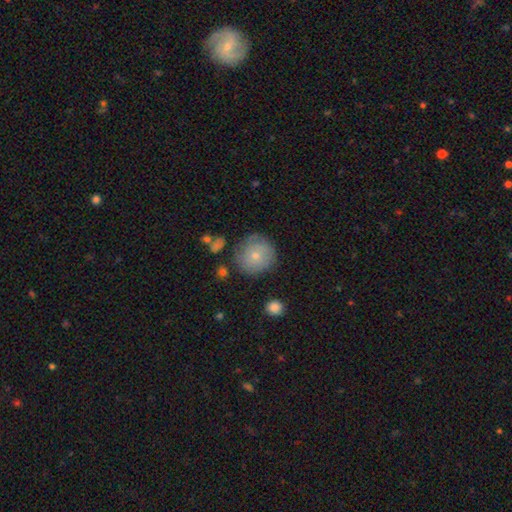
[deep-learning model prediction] Overall: smooth (68%). How rounded: round (91%). Merging: none (73%).